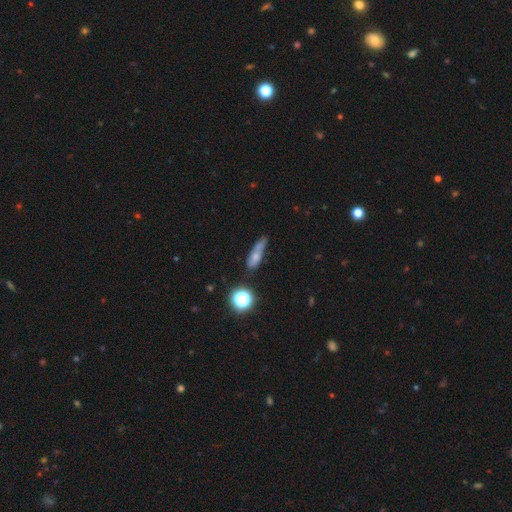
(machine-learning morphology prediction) A smooth galaxy with no disk features (64%) that is cigar-shaped (48%).

Vote fractions:
- Smooth or featured? smooth: 64% / featured or disk: 20% / star or artifact: 16%
- How rounded? cigar-shaped: 48% / in between: 41% / round: 10%
- Merging? none: 42% / minor disturbance: 34% / major disturbance: 15% / merger: 9%